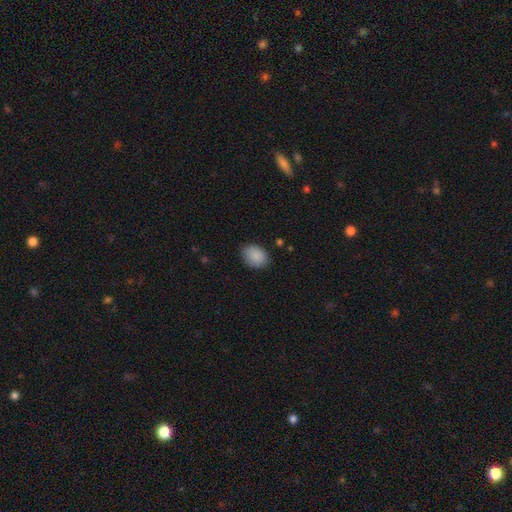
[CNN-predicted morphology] Smooth or featured? smooth (89%)
How rounded? in between (68%)
Merging? none (81%)